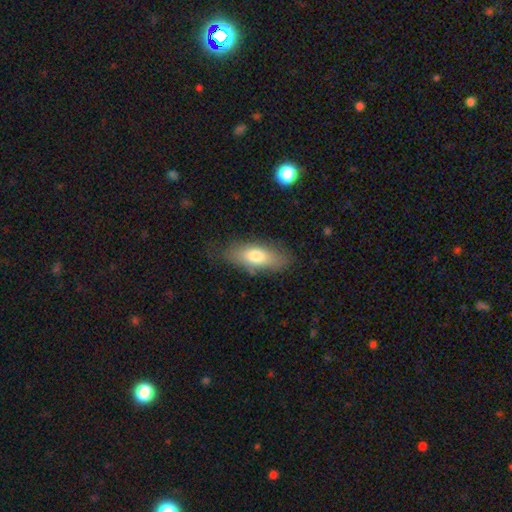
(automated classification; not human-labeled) Overall: smooth (74%). How rounded: in between (78%). Merging: none (75%).